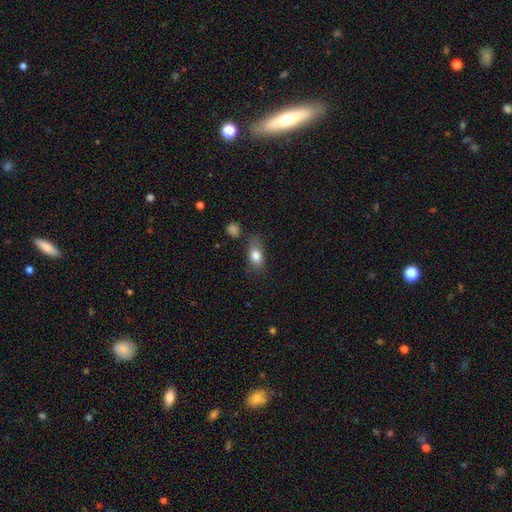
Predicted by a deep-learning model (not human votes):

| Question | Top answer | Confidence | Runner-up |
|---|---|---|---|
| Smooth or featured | smooth | 80% | featured or disk (12%) |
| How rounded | in between | 80% | round (13%) |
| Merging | none | 65% | minor disturbance (23%) |